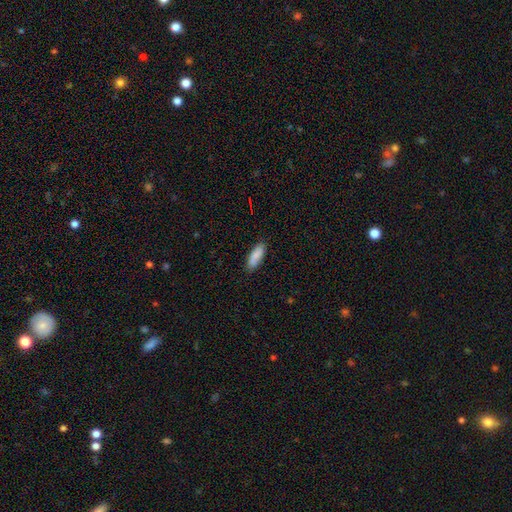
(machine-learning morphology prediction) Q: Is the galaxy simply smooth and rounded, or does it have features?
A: smooth — 85%.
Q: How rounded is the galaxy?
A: in between — 66%.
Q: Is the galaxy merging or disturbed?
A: none — 84%.